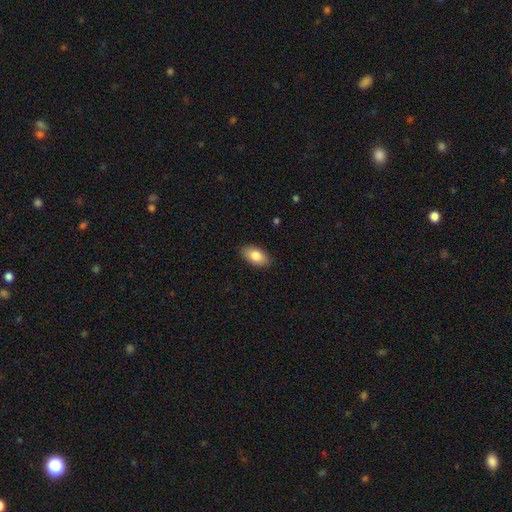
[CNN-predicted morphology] smooth-or-featured: smooth: 82% | featured or disk: 11% | star or artifact: 7%
  how-rounded: in between: 93% | round: 5% | cigar-shaped: 2%
  merging: none: 88% | minor disturbance: 9% | major disturbance: 2% | merger: 1%